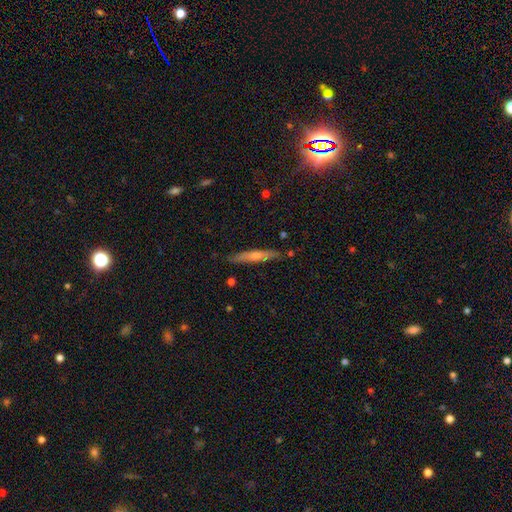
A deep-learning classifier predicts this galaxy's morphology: smooth-or-featured: featured or disk: 55% | smooth: 38% | star or artifact: 7%
  disk-edge-on: yes: 90% | no: 10%
  merging: none: 85% | minor disturbance: 11% | major disturbance: 2% | merger: 2%